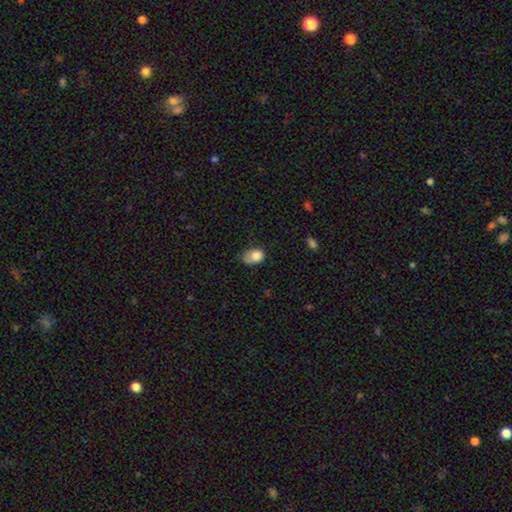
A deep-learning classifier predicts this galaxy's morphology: smooth_or_featured: smooth (p=0.83) [alt: star or artifact p=0.09]
how_rounded: in between (p=0.79) [alt: round p=0.20]
merging: minor disturbance (p=0.42) [alt: none p=0.39]